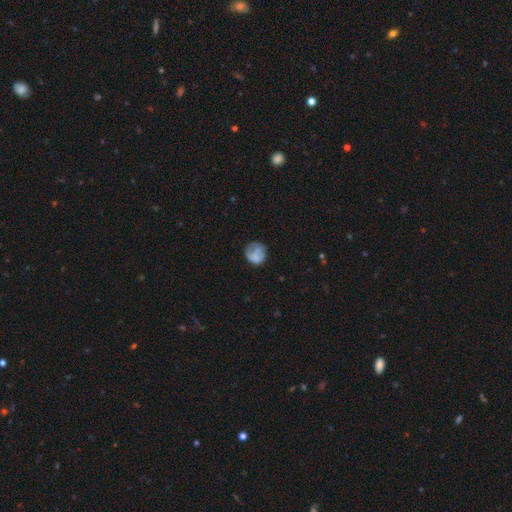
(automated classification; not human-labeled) Morphology: type=smooth (71%); roundness=round (83%); merging=none (60%).